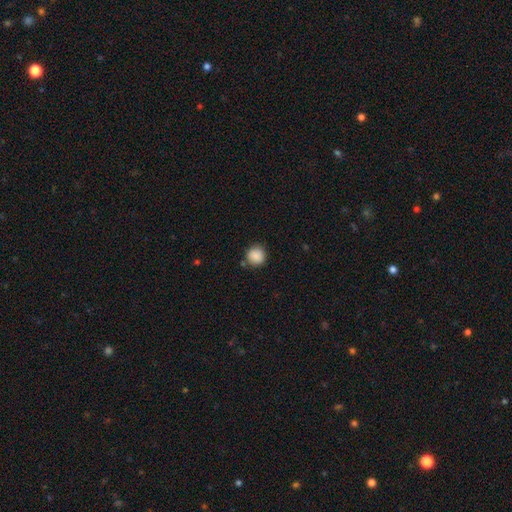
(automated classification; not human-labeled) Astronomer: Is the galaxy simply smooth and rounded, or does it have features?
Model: smooth — 88%.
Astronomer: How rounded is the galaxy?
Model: round — 91%.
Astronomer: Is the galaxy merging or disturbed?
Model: none — 82%.